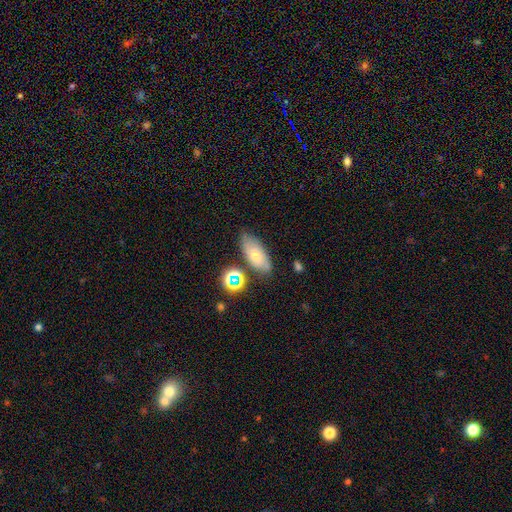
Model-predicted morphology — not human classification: smooth_or_featured: smooth (p=0.65) [alt: featured or disk p=0.23]
how_rounded: in between (p=0.84) [alt: cigar-shaped p=0.11]
merging: none (p=0.69) [alt: minor disturbance p=0.20]